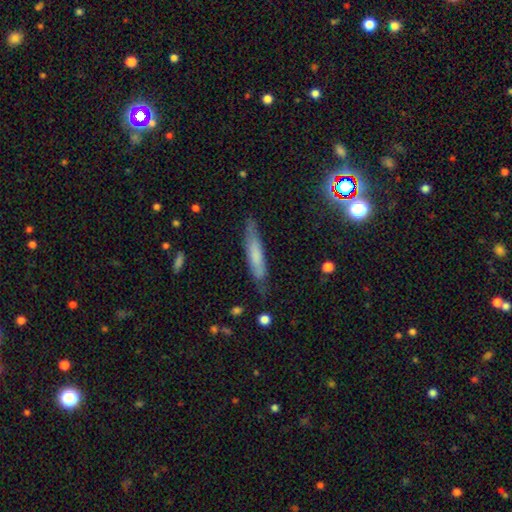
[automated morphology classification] Smooth or featured?
  - smooth: 61% *
  - featured or disk: 31%
  - star or artifact: 8%
How rounded?
  - cigar-shaped: 85% *
  - in between: 13%
  - round: 1%
Merging?
  - none: 74% *
  - minor disturbance: 20%
  - major disturbance: 5%
  - merger: 2%